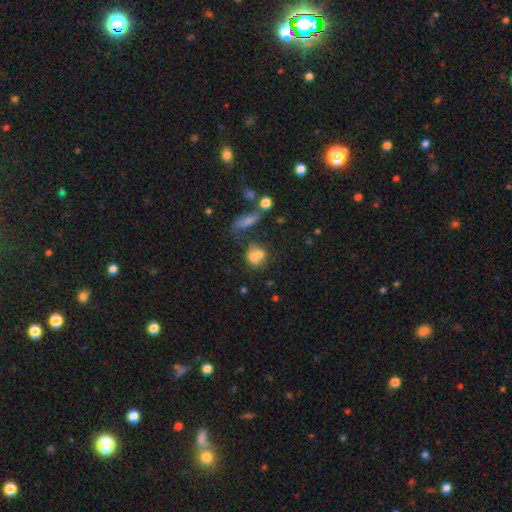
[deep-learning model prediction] Smooth or featured? smooth (66%)
How rounded? round (55%)
Merging? merger (51%)